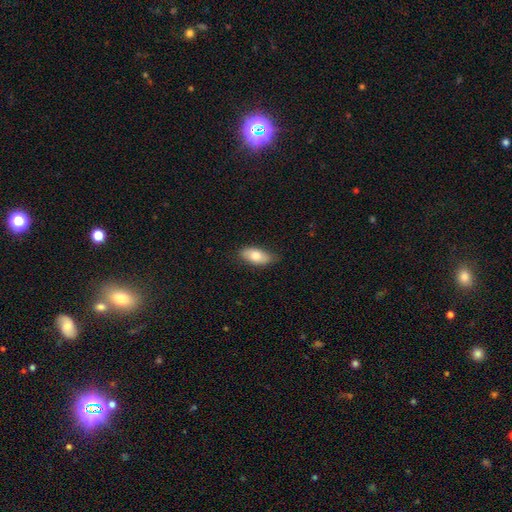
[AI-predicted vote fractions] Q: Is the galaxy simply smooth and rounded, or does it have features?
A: smooth — 76%.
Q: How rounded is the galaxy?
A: in between — 88%.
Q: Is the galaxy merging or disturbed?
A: none — 81%.